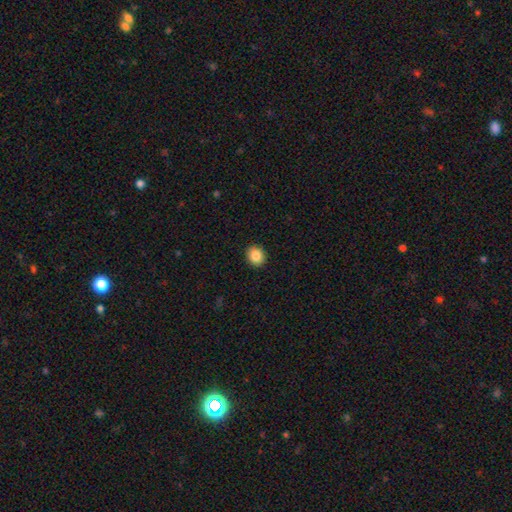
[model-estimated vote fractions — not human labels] Smooth or featured?
  - smooth: 86% *
  - star or artifact: 9%
  - featured or disk: 5%
How rounded?
  - round: 71% *
  - in between: 28%
  - cigar-shaped: 1%
Merging?
  - none: 92% *
  - minor disturbance: 5%
  - major disturbance: 2%
  - merger: 1%